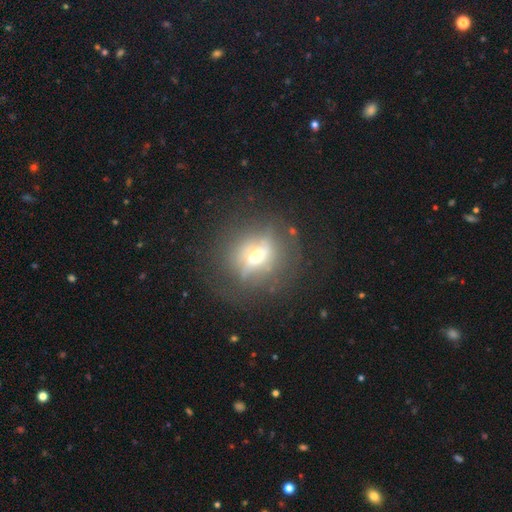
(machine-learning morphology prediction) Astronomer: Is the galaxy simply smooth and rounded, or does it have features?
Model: featured or disk — 59%.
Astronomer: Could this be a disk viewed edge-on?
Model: no — 59% (runner-up: yes, 41%).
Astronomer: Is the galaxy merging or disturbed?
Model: none — 70%.